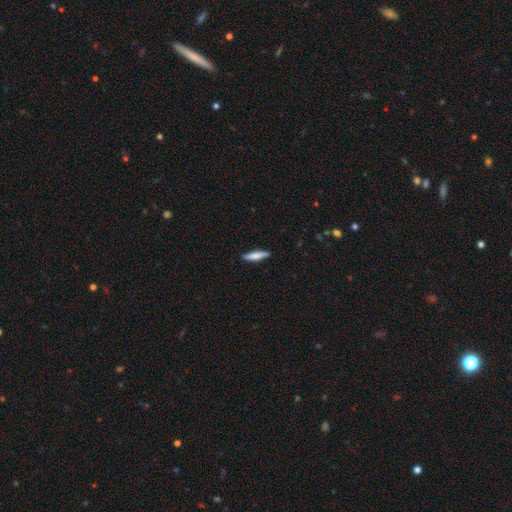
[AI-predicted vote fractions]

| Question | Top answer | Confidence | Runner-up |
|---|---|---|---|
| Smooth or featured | smooth | 76% | featured or disk (19%) |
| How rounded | cigar-shaped | 82% | in between (16%) |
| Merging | none | 89% | minor disturbance (8%) |